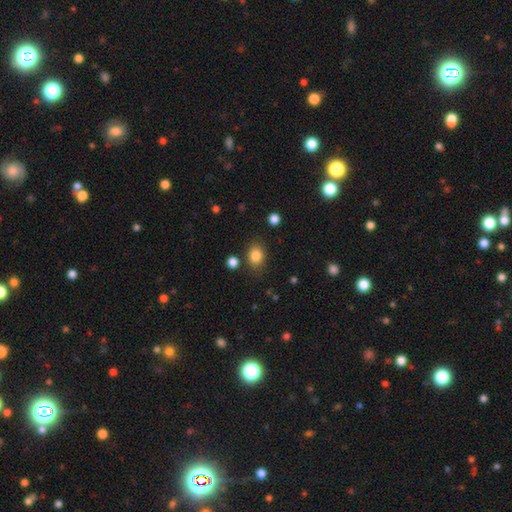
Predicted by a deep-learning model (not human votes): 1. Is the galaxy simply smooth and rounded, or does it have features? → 85% smooth, 10% star or artifact, 5% featured or disk.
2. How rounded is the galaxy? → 57% in between, 42% round, 1% cigar-shaped.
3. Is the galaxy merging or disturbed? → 79% none, 12% minor disturbance, 4% major disturbance, 4% merger.